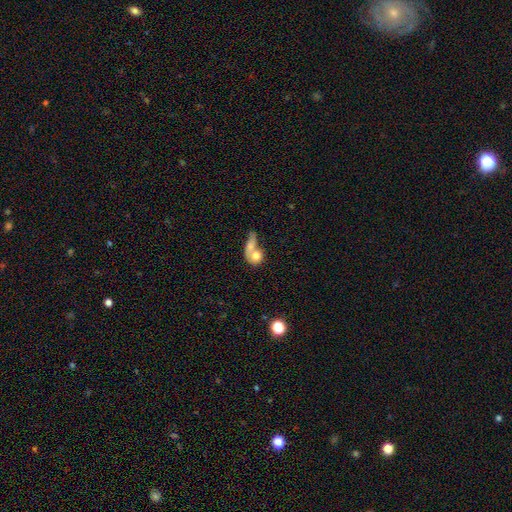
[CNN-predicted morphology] A smooth galaxy with no disk features (70%) that is round (60%).

Vote fractions:
- Smooth or featured? smooth: 70% / featured or disk: 21% / star or artifact: 9%
- How rounded? round: 60% / in between: 34% / cigar-shaped: 5%
- Merging? merger: 60% / none: 20% / major disturbance: 11% / minor disturbance: 8%